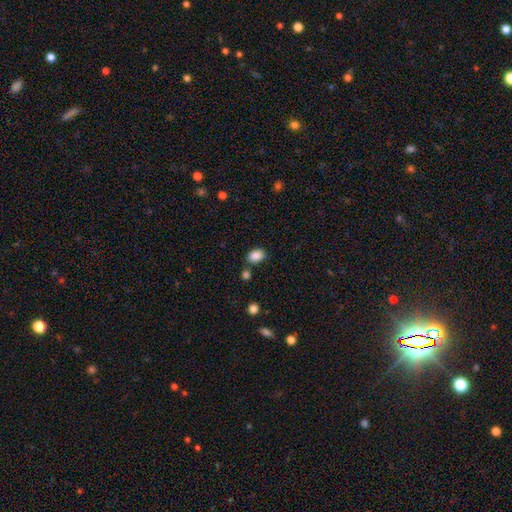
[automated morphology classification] The model was most divided on "how rounded": in between: 72%, round: 27%, cigar-shaped: 1%. More confident: smooth or featured — smooth (87%); merging — none (75%).